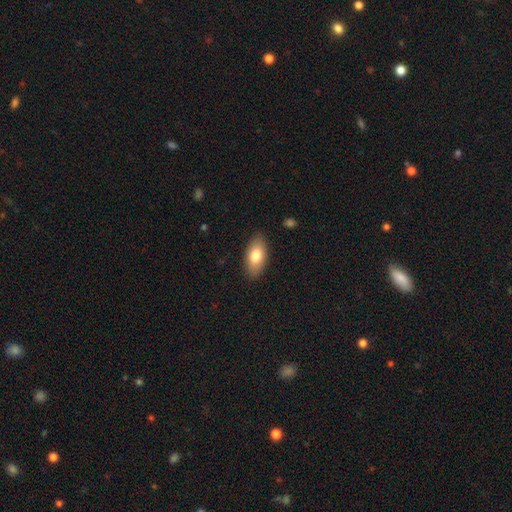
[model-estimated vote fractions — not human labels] Morphology: type=smooth (78%); roundness=in between (91%); merging=none (87%).